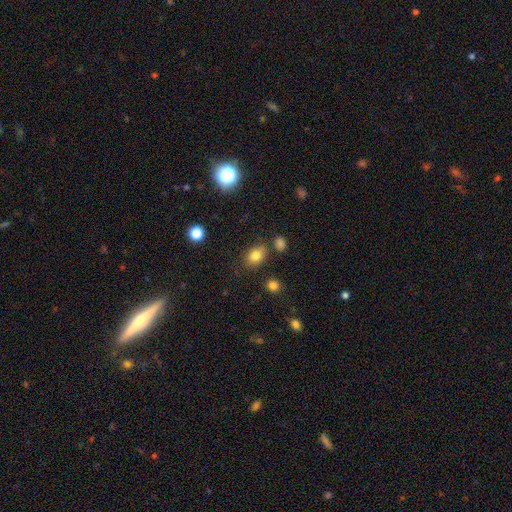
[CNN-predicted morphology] This appears to be a smooth galaxy with no disk features (81%) that is in between round and cigar-shaped (63%). Merging: none (75%).